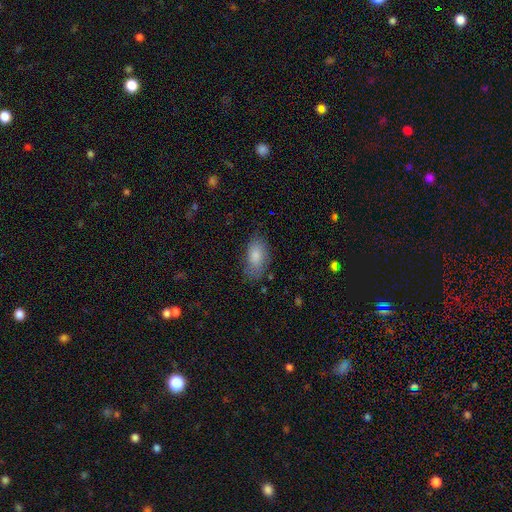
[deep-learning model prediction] smooth_or_featured: smooth (p=0.83) [alt: featured or disk p=0.10]
how_rounded: in between (p=0.92) [alt: round p=0.04]
merging: none (p=0.71) [alt: minor disturbance p=0.21]